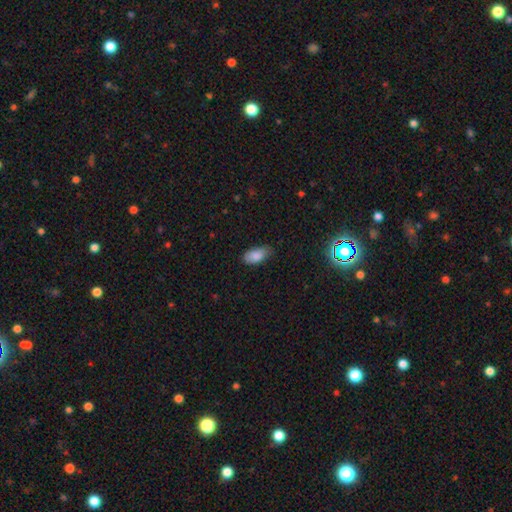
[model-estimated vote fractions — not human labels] Smooth or featured: smooth — 86% (star or artifact — 8%)
How rounded: in between — 92% (cigar-shaped — 5%)
Merging: none — 66% (minor disturbance — 29%)